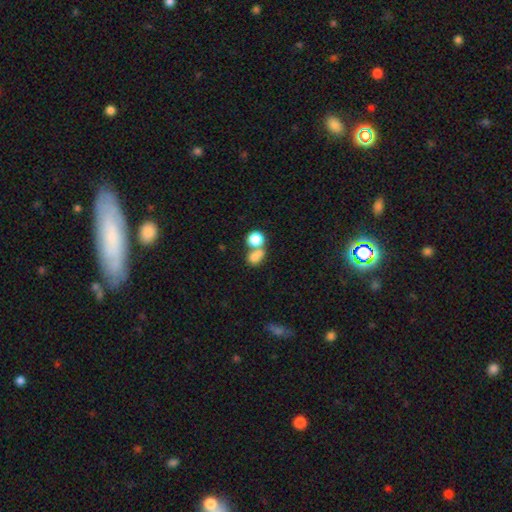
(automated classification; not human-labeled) Overall: smooth (73%). How rounded: round (64%; in between 35%). Merging: merger (56%; none 32%).